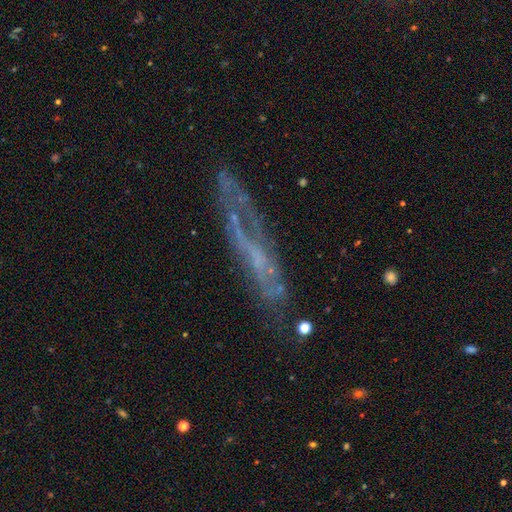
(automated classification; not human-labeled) featured or disk 64%, smooth 22%, star or artifact 14%. Down the decision tree: edge-on disk — yes (54%); merging — none (64%).